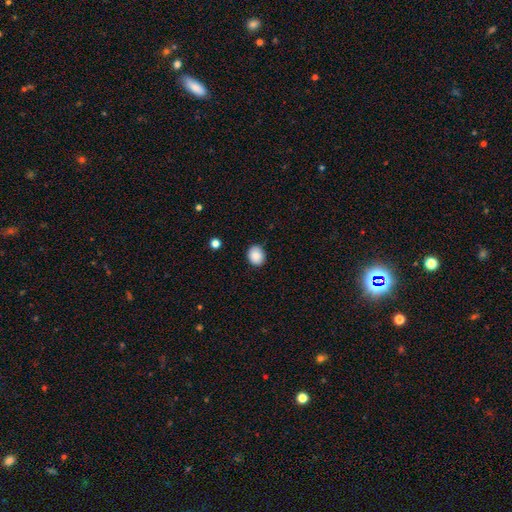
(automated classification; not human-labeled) Smooth or featured? Predicted: smooth (p=0.88). How rounded? Predicted: round (p=0.58). Merging? Predicted: none (p=0.83).